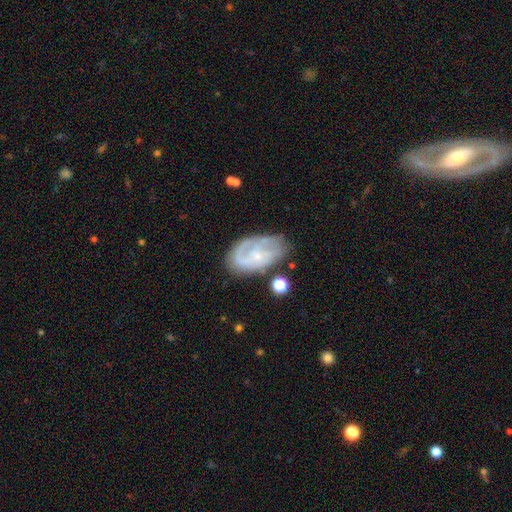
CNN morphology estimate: The model was most divided on "spiral arm count": can't tell: 36%, 2: 34%, 1: 15%, 3: 10%, 4: 3%, more than 4: 3%. Remaining: edge-on disk — no (96%); spiral arms — yes (80%); bulge size — small (71%); bar — no (71%); smooth or featured — featured or disk (67%); merging — none (59%); spiral winding — tight (48%).